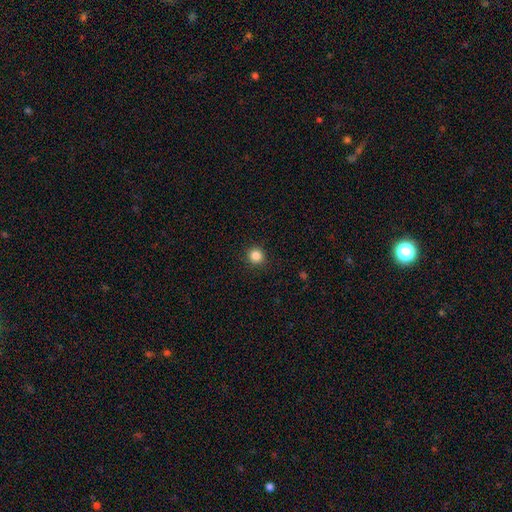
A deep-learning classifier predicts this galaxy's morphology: smooth_or_featured: smooth (p=0.85) [alt: star or artifact p=0.11]
how_rounded: round (p=0.93) [alt: in between p=0.06]
merging: none (p=0.92) [alt: minor disturbance p=0.05]